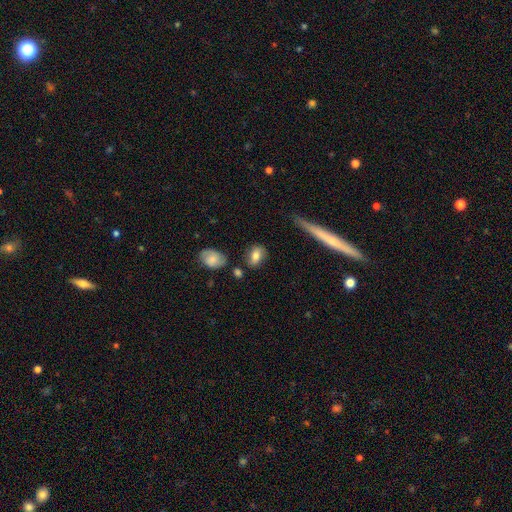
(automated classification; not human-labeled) A smooth galaxy with no disk features (75%) that is in between round and cigar-shaped (77%). Merging: none (78%).